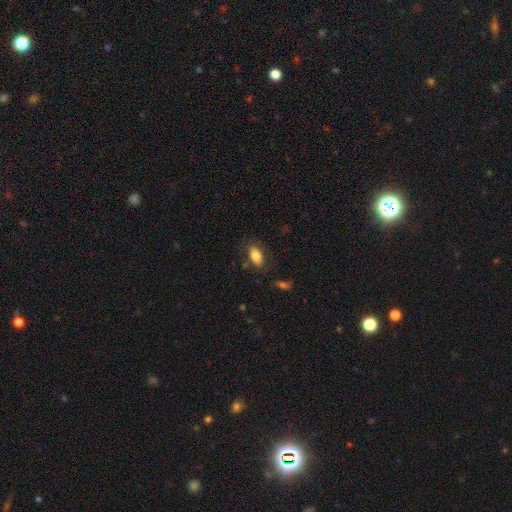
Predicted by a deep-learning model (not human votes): Smooth or featured? smooth (79%)
How rounded? in between (91%)
Merging? none (78%)